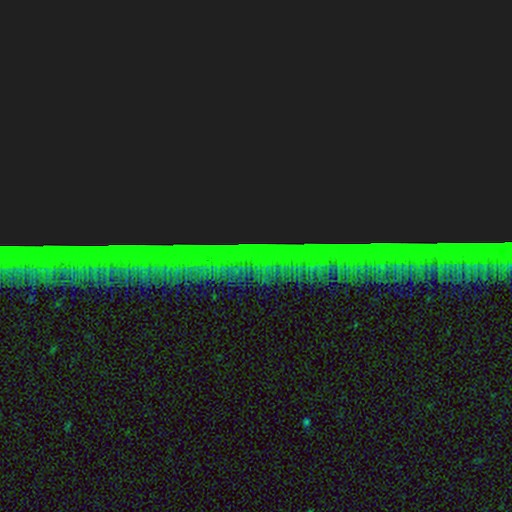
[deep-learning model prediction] Q: Smooth or featured?
A: star or artifact (87%); runner-up: featured or disk (7%)